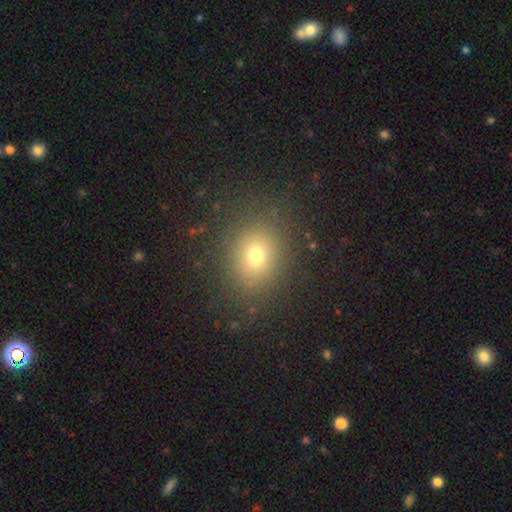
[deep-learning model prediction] Morphology: type=smooth (73%); roundness=round (59%); merging=none (85%).